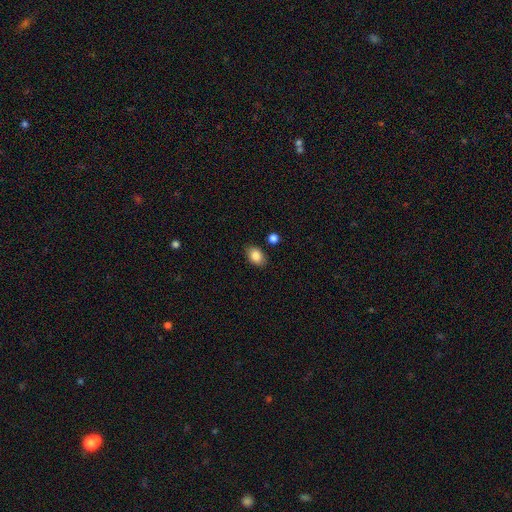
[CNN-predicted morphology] Q: Smooth or featured?
A: smooth (85%); runner-up: star or artifact (8%)
Q: How rounded?
A: in between (79%); runner-up: round (20%)
Q: Merging?
A: none (84%); runner-up: minor disturbance (11%)